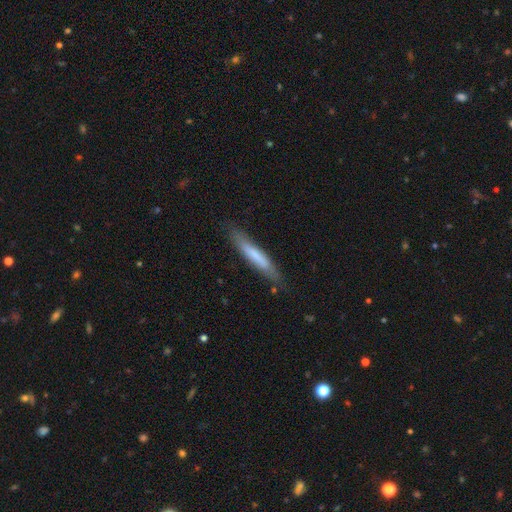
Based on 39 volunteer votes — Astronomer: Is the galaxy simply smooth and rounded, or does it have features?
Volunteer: smooth — 67%.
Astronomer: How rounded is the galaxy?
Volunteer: cigar-shaped — 96%.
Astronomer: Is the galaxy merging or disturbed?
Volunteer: none — 86%.